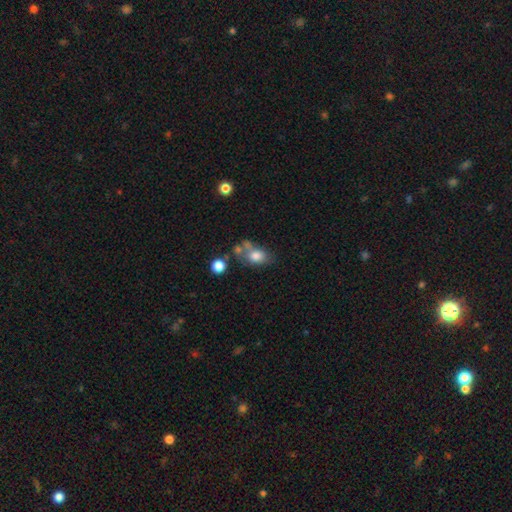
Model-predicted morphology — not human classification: type=smooth (75%); roundness=in between (70%); merging=none (36%).